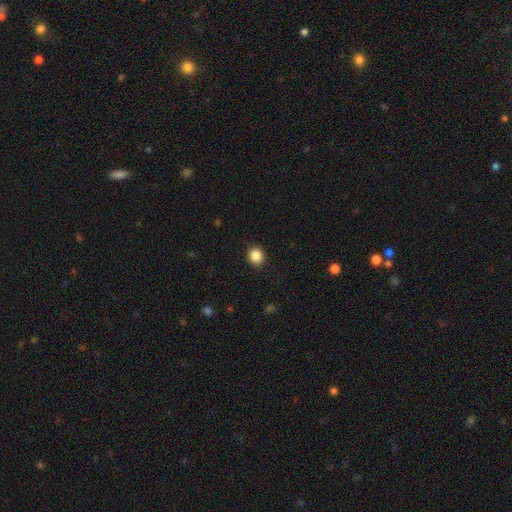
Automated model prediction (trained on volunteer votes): Smooth or featured? smooth (87%)
How rounded? round (74%)
Merging? none (90%)